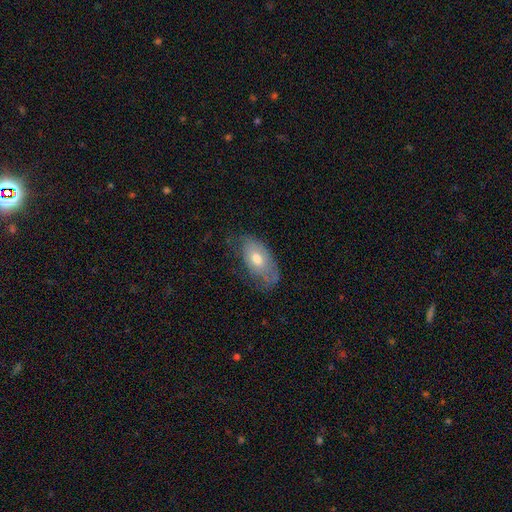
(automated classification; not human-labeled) Smooth or featured? featured or disk (44%, tied with smooth)
Merging? none (66%)